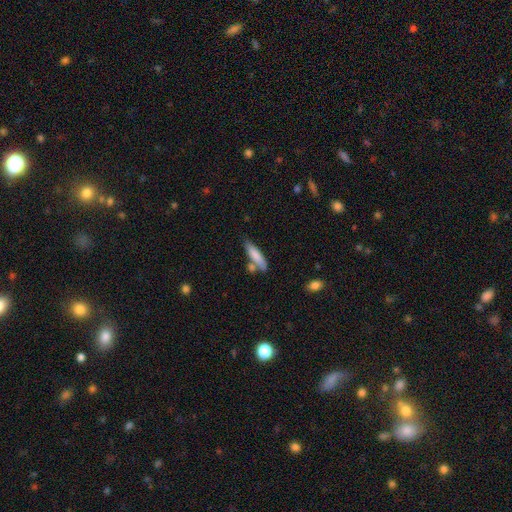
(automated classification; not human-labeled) smooth-or-featured: smooth: 80% | featured or disk: 14% | star or artifact: 6%
  how-rounded: cigar-shaped: 69% | in between: 29% | round: 2%
  merging: none: 59% | merger: 19% | minor disturbance: 18% | major disturbance: 5%